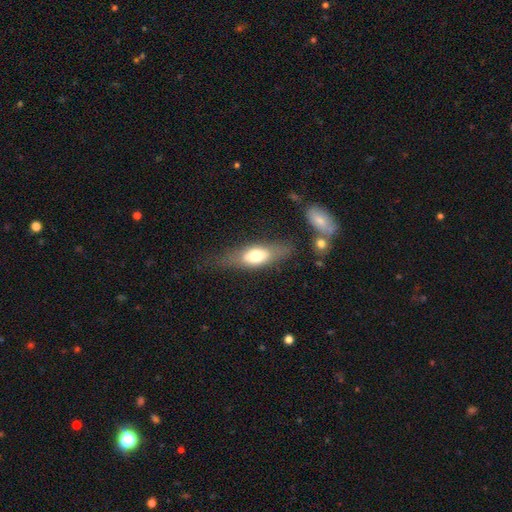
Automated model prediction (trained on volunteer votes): This appears to be a smooth galaxy with no disk features (56%) that is in between round and cigar-shaped (63%). Merging: none (64%).